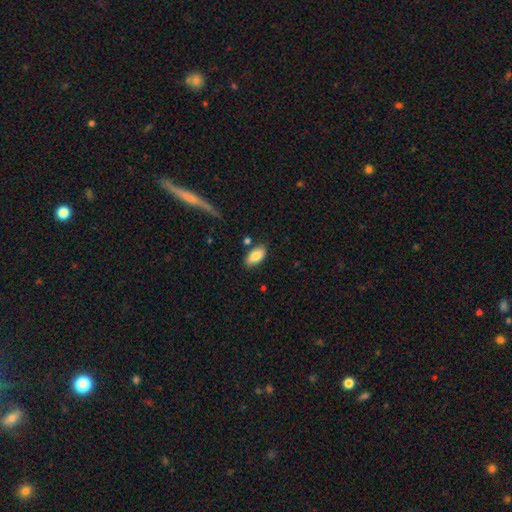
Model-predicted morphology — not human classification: Smooth or featured? smooth (82%)
How rounded? in between (93%)
Merging? none (79%)